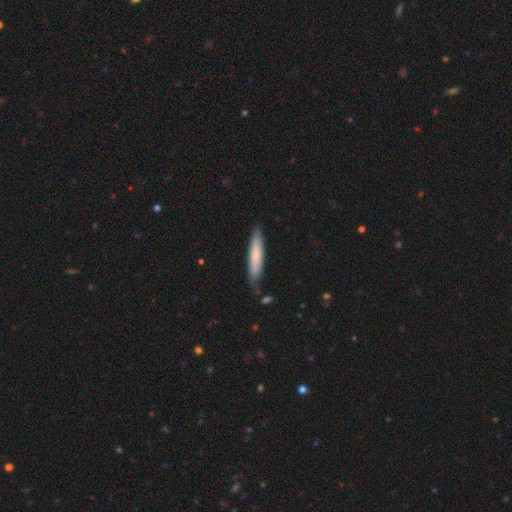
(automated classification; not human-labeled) smooth_or_featured: smooth (p=0.74) [alt: featured or disk p=0.20]
how_rounded: cigar-shaped (p=0.89) [alt: in between p=0.09]
merging: none (p=0.83) [alt: minor disturbance p=0.13]